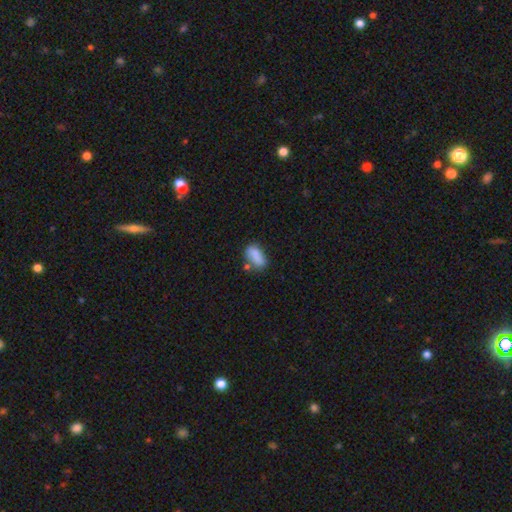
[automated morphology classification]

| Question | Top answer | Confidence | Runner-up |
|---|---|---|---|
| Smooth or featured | smooth | 83% | featured or disk (9%) |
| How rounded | in between | 85% | cigar-shaped (10%) |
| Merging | none | 59% | minor disturbance (22%) |